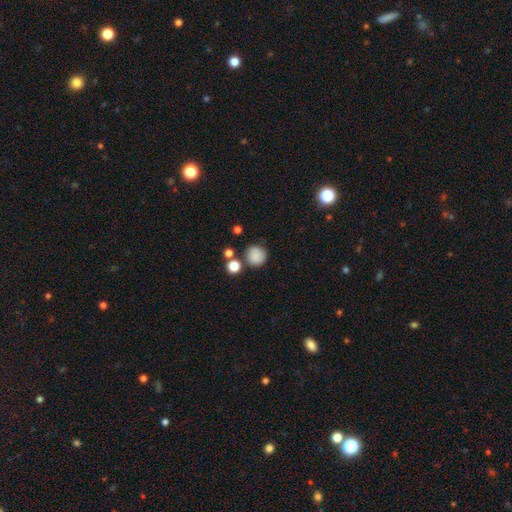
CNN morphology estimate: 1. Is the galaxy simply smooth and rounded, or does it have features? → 84% smooth, 11% star or artifact, 5% featured or disk.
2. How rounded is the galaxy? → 92% round, 7% in between, 1% cigar-shaped.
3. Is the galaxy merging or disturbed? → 75% none, 12% minor disturbance, 8% merger, 4% major disturbance.